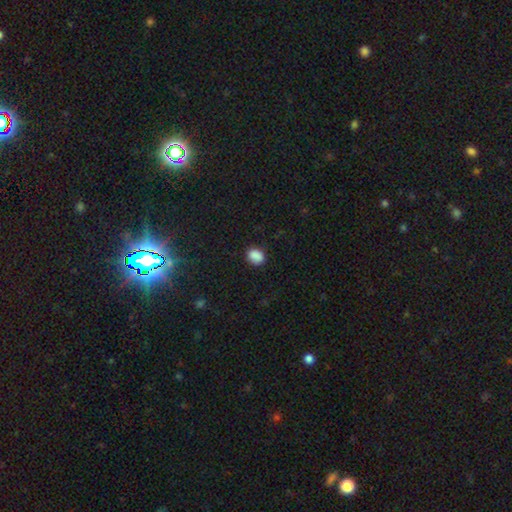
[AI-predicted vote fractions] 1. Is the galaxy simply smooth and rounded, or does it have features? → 88% smooth, 9% star or artifact, 3% featured or disk.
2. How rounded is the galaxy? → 54% in between, 45% round, 1% cigar-shaped.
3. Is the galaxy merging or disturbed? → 85% none, 12% minor disturbance, 3% major disturbance, 1% merger.